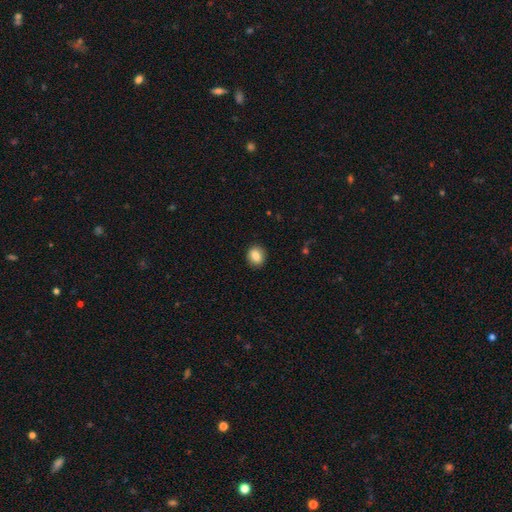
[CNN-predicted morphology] A smooth galaxy with no disk features (84%) that is round (67%).

Vote fractions:
- Smooth or featured? smooth: 84% / star or artifact: 9% / featured or disk: 7%
- How rounded? round: 67% / in between: 31% / cigar-shaped: 1%
- Merging? none: 90% / minor disturbance: 7% / major disturbance: 2% / merger: 1%